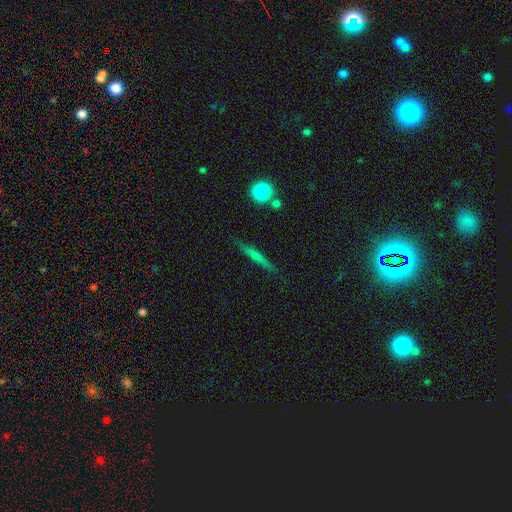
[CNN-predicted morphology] The model was most divided on "edge-on bulge": rounded: 48%, none: 42%, boxy: 10%. More confident: edge-on disk — yes (96%); merging — none (88%); smooth or featured — featured or disk (56%).